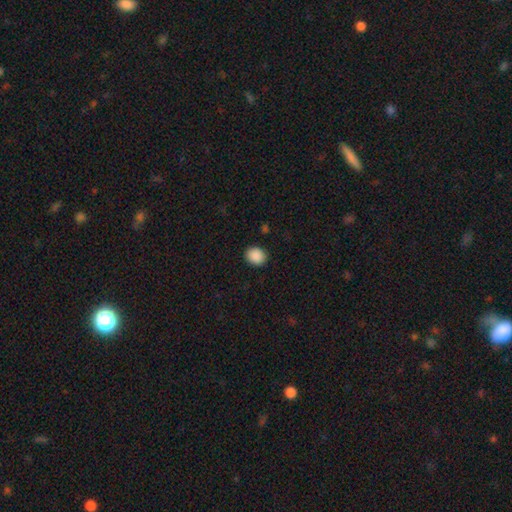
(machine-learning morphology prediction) The model was most divided on "how rounded": round: 62%, in between: 37%, cigar-shaped: 1%. More confident: merging — none (90%); smooth or featured — smooth (90%).